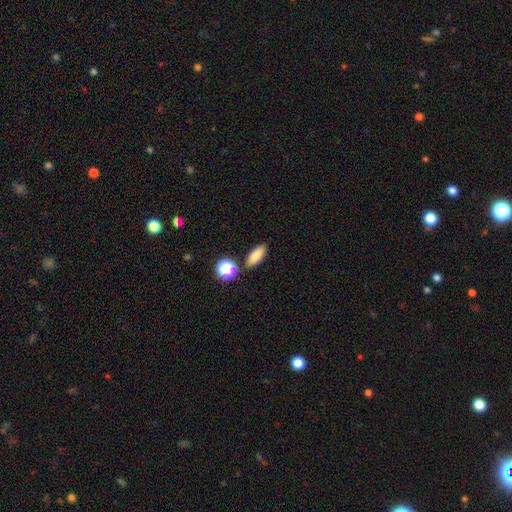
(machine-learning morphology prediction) This is clearly a smooth galaxy (81%). How rounded: likely in between (74%). Merging: clearly none (82%).